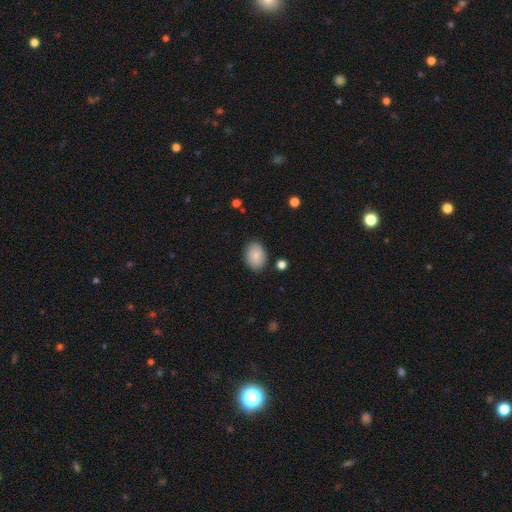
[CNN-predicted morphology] Smooth or featured: smooth — 86% (star or artifact — 7%)
How rounded: in between — 74% (round — 25%)
Merging: none — 85% (minor disturbance — 11%)